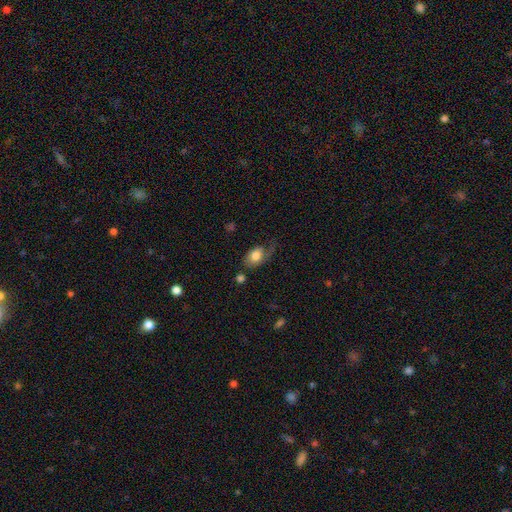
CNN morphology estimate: Smooth or featured? smooth (76%)
How rounded? in between (80%)
Merging? none (42%)